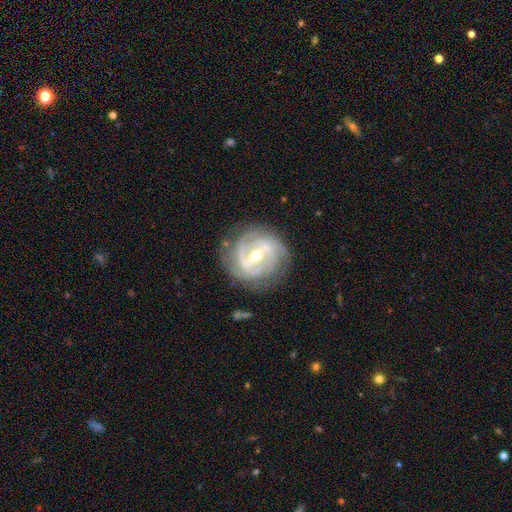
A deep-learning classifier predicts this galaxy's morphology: Smooth or featured? Predicted: featured or disk (p=0.88). Edge-on disk? Predicted: no (p=0.97). Bar? Predicted: strong (p=0.50). Spiral arms? Predicted: yes (p=0.94). Spiral winding? Predicted: tight (p=0.64). Spiral arm count? Predicted: 2 (p=0.37). Bulge size? Predicted: moderate (p=0.57). Merging? Predicted: none (p=0.78).